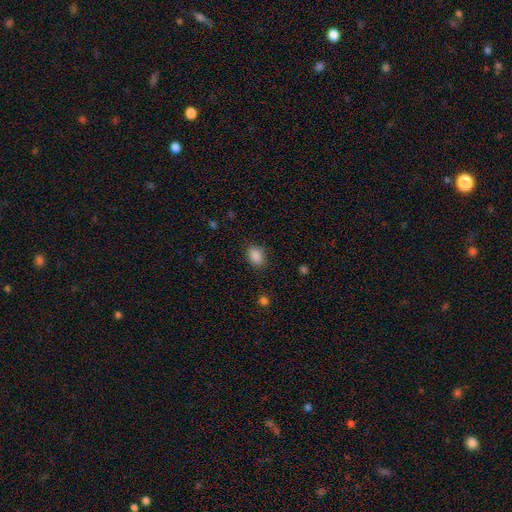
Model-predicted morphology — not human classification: Overall: smooth (88%). How rounded: in between (79%). Merging: none (82%).